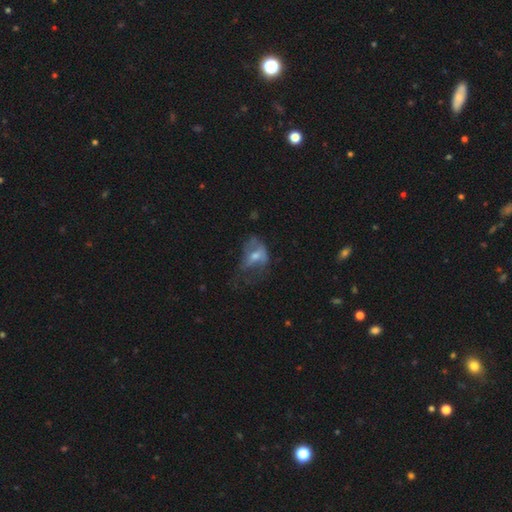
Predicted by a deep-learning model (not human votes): Overall: featured or disk (46%; smooth 44%). Merging: major disturbance (47%; none 27%).